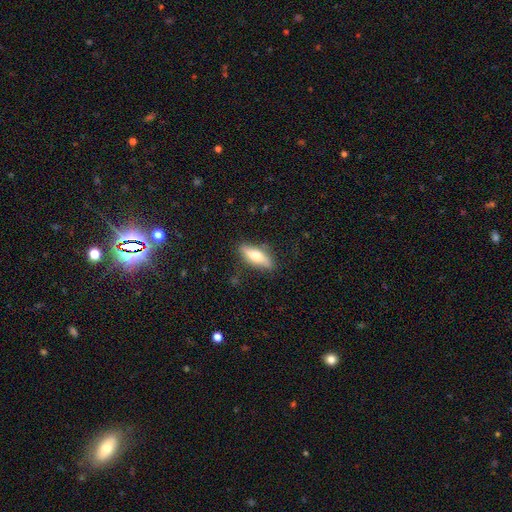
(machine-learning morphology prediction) smooth 60%, featured or disk 34%, star or artifact 6%. Down the decision tree: how rounded — in between (59%); merging — none (81%).